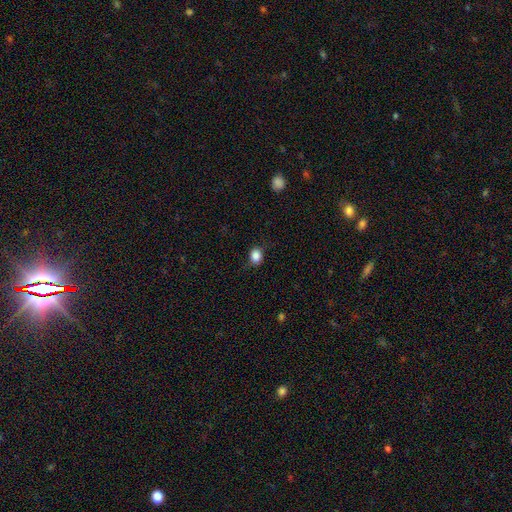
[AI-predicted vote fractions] smooth_or_featured: smooth (p=0.87) [alt: star or artifact p=0.10]
how_rounded: in between (p=0.51) [alt: round p=0.48]
merging: none (p=0.79) [alt: minor disturbance p=0.16]